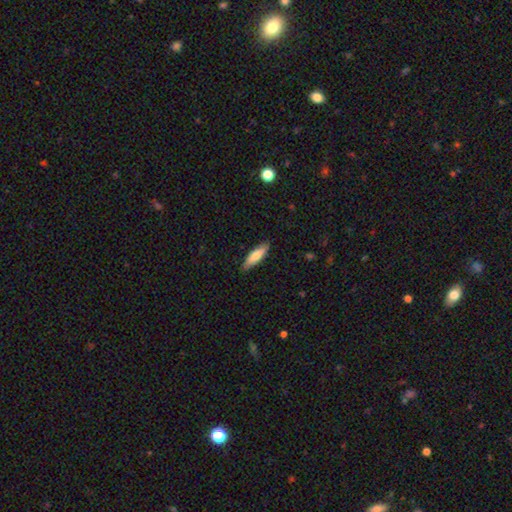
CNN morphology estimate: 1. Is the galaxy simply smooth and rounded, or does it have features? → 76% smooth, 18% featured or disk, 6% star or artifact.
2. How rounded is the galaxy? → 63% cigar-shaped, 36% in between, 2% round.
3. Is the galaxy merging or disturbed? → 86% none, 11% minor disturbance, 2% major disturbance, 1% merger.